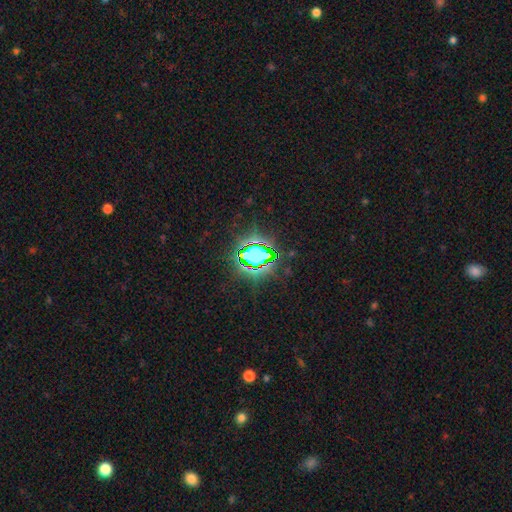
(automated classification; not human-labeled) Overall: star or artifact (72%).